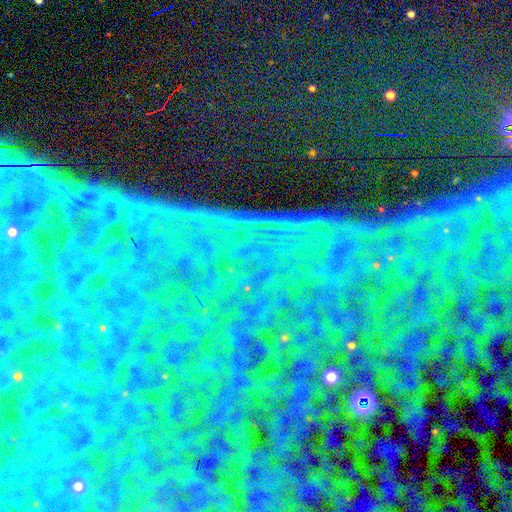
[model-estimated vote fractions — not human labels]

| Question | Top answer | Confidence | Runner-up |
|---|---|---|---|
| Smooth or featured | star or artifact | 85% | featured or disk (8%) |